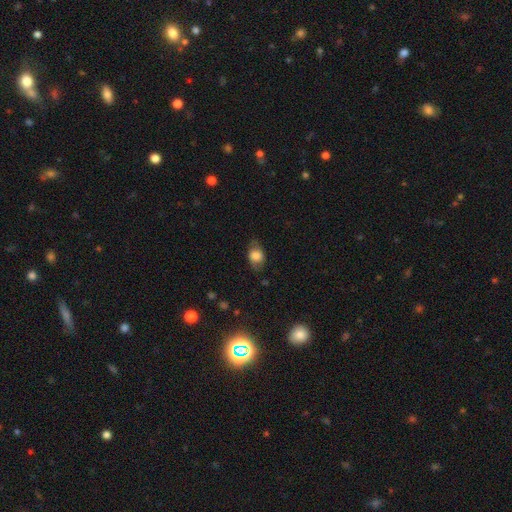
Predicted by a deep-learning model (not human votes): smooth-or-featured: smooth: 68% | featured or disk: 23% | star or artifact: 9%
  how-rounded: in between: 80% | round: 18% | cigar-shaped: 2%
  merging: none: 70% | minor disturbance: 21% | major disturbance: 8% | merger: 1%